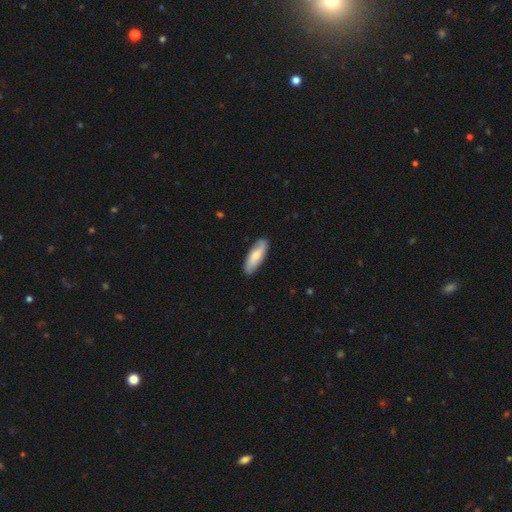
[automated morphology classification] smooth 53%, featured or disk 42%, star or artifact 5%. Down the decision tree: how rounded — in between (68%); merging — none (85%).